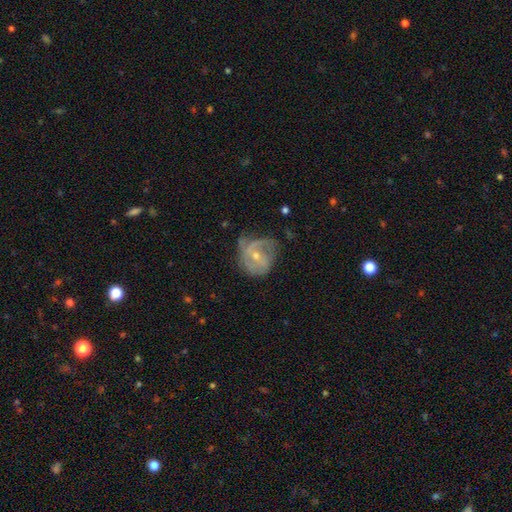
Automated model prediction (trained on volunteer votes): Smooth or featured: featured or disk — 72% (smooth — 20%)
Edge-on disk: no — 97% (yes — 3%)
Bar: no — 51% (weak — 38%)
Spiral arms: yes — 80% (no — 20%)
Spiral winding: medium — 41% (tight — 35%)
Spiral arm count: 2 — 34% (can't tell — 30%)
Bulge size: small — 58% (moderate — 39%)
Merging: none — 42% (minor disturbance — 30%)